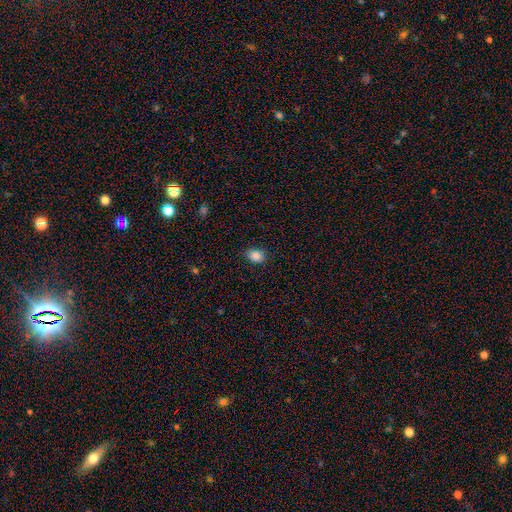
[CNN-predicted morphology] Overall: smooth (86%). How rounded: in between (66%; round 33%). Merging: none (86%).